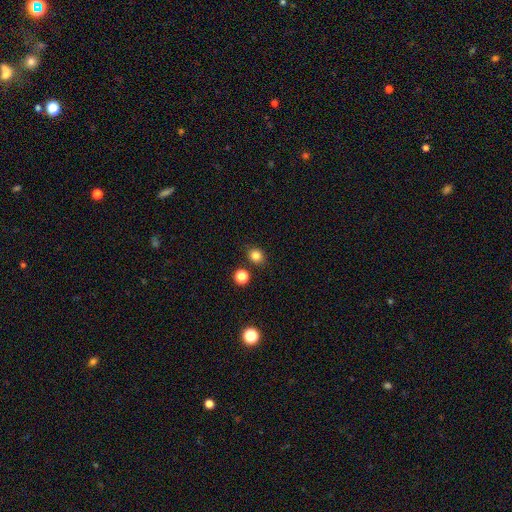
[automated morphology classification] The model was most divided on "how rounded": round: 74%, in between: 25%, cigar-shaped: 1%. More confident: merging — none (84%); smooth or featured — smooth (82%).